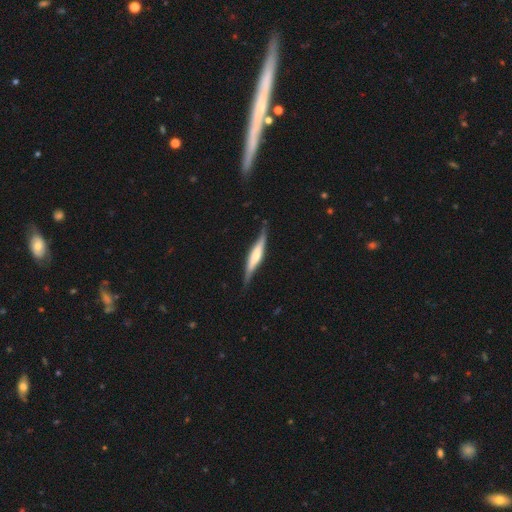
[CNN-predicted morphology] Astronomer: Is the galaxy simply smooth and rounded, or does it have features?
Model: featured or disk — 61%.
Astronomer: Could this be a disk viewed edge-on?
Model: yes — 93%.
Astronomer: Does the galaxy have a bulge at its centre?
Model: rounded — 56%.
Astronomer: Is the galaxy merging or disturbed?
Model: none — 78%.